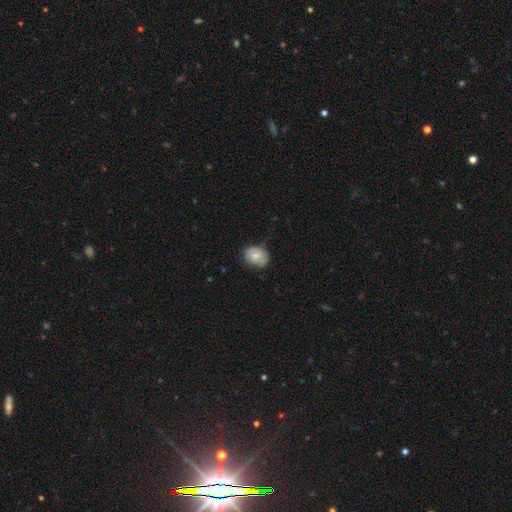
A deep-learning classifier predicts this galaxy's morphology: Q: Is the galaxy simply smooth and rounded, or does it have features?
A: smooth — 72%.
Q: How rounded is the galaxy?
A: in between — 57%.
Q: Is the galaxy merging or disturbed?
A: none — 67%.